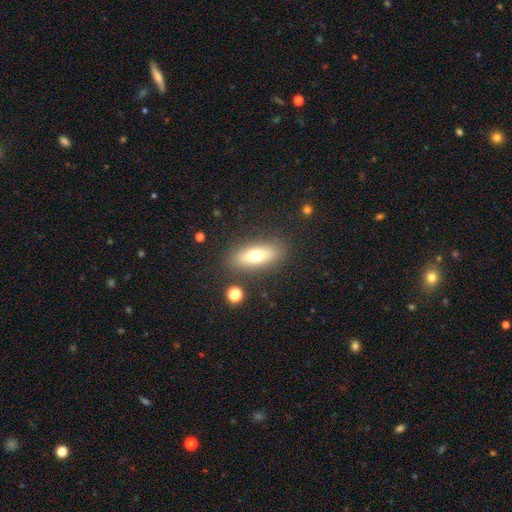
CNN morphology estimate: Overall: smooth (66%; featured or disk 26%). How rounded: in between (65%; cigar-shaped 31%). Merging: none (85%).